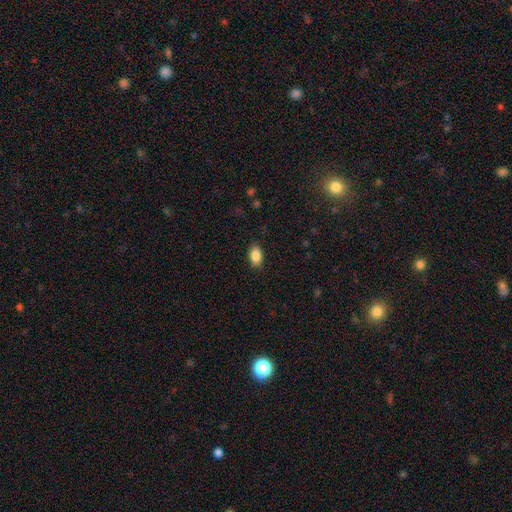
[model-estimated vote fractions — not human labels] This appears to be a smooth galaxy with no disk features (87%) that is in between round and cigar-shaped (90%). Merging: none (88%).